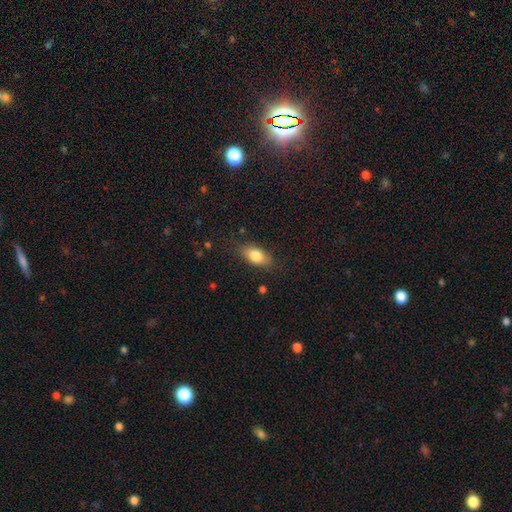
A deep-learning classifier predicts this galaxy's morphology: This is likely a smooth galaxy (80%). How rounded: clearly in between (86%). Merging: clearly none (81%).